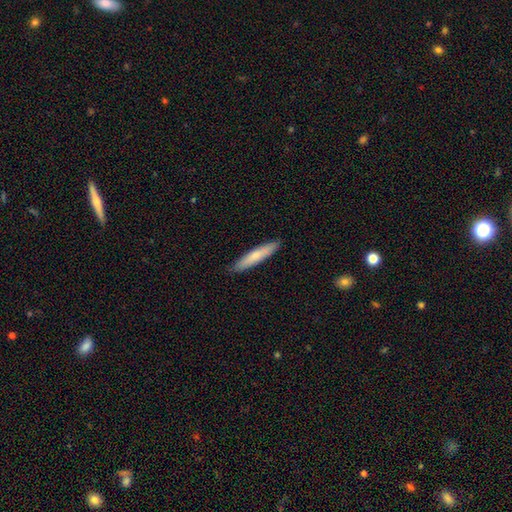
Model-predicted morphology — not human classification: A smooth galaxy with no disk features (73%) that is cigar-shaped (90%). Merging: none (89%).